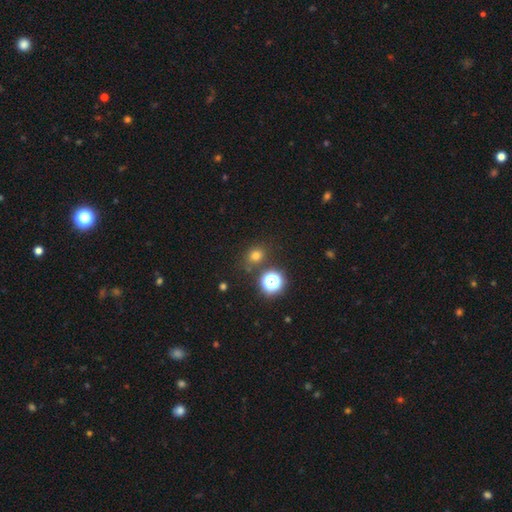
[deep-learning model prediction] Morphology: type=smooth (69%); roundness=round (70%); merging=none (80%).